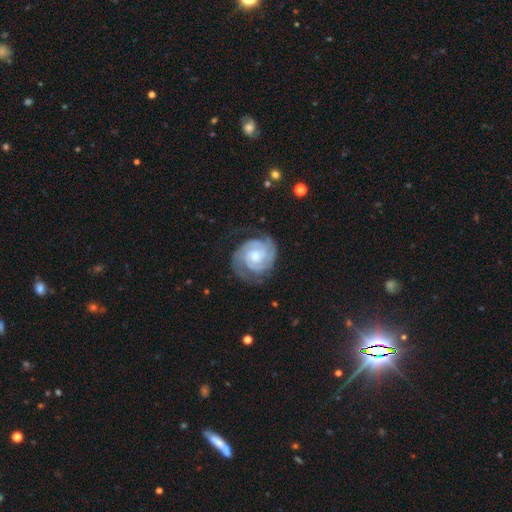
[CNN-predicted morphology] Smooth or featured? featured or disk (89%)
Edge-on disk? no (98%)
Bar? no (60%)
Spiral arms? yes (98%)
Spiral winding? tight (75%)
Spiral arm count? 2 (60%)
Bulge size? moderate (53%)
Merging? none (72%)